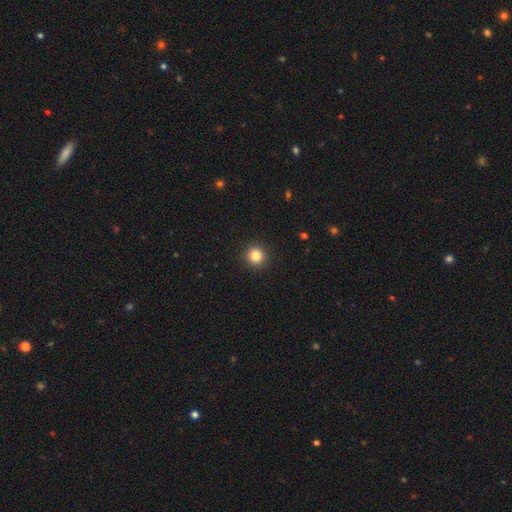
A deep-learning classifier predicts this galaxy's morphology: This appears to be a smooth galaxy with no disk features (84%) that is round (94%). Merging: none (93%).